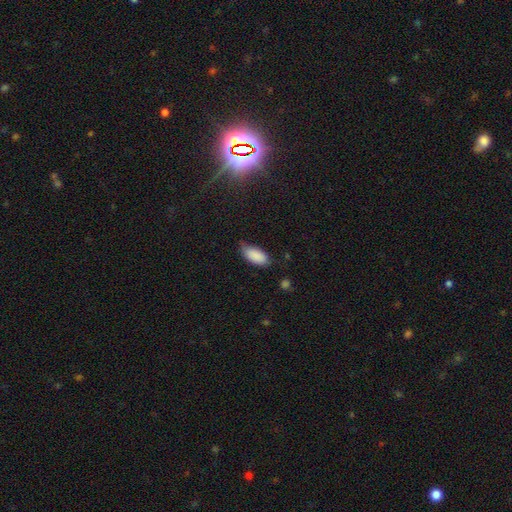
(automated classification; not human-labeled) Overall: smooth (88%). How rounded: in between (92%). Merging: none (62%; minor disturbance 30%).